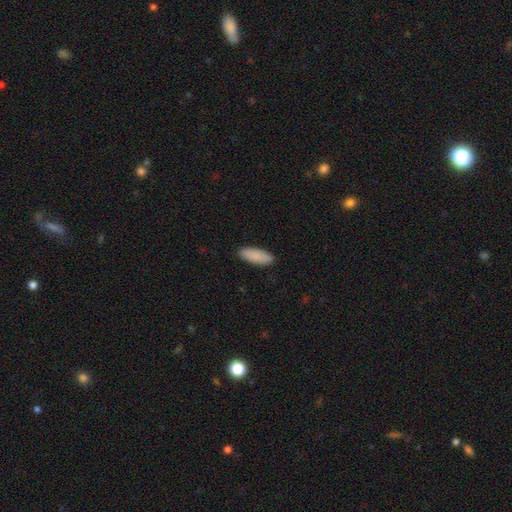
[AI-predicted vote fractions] This is clearly a smooth galaxy (89%). How rounded: likely in between (72%). Merging: clearly none (90%).